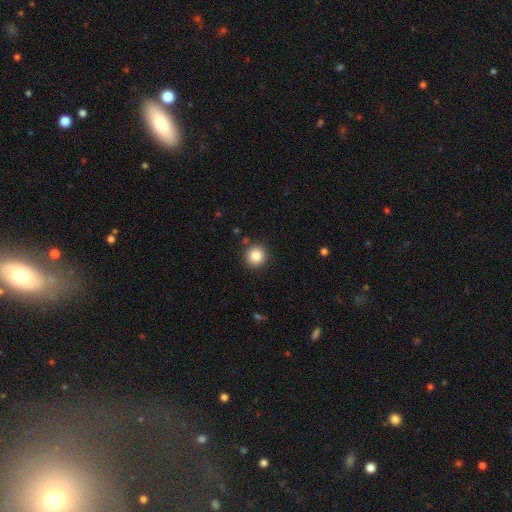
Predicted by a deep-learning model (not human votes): Morphology: type=smooth (85%); roundness=round (94%); merging=none (89%).